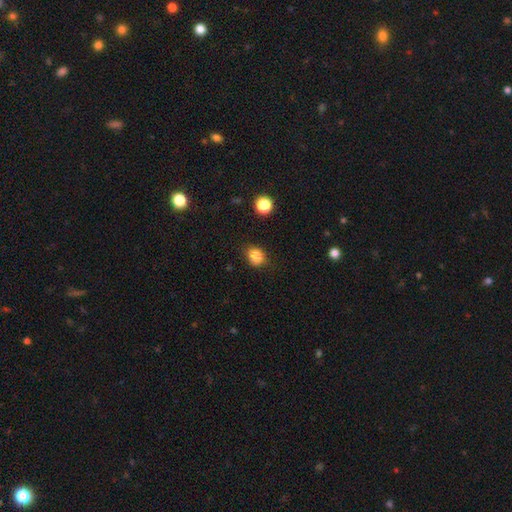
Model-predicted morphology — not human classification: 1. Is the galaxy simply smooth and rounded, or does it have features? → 86% smooth, 11% star or artifact, 4% featured or disk.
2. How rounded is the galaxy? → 61% round, 38% in between, 1% cigar-shaped.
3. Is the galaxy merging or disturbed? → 79% none, 16% minor disturbance, 4% major disturbance, 2% merger.